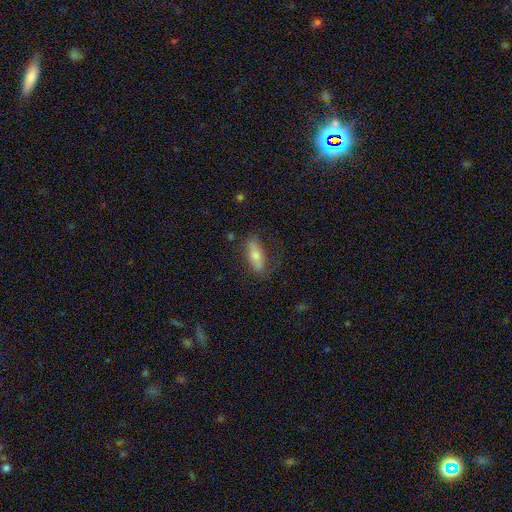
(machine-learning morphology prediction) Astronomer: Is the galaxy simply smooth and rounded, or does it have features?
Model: smooth — 51% (runner-up: featured or disk, 35%).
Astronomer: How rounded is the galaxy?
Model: in between — 58% (runner-up: cigar-shaped, 38%).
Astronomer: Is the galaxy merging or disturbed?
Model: none — 72%.